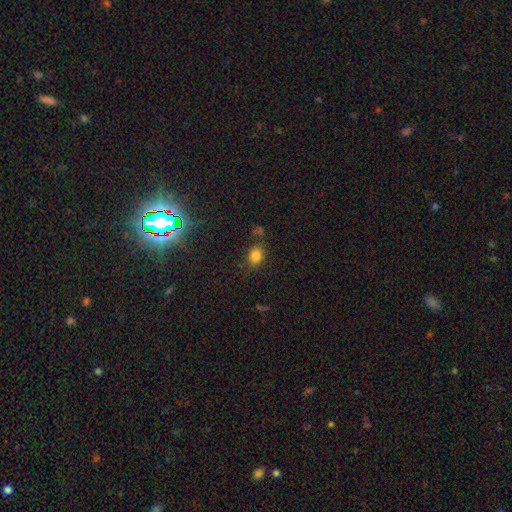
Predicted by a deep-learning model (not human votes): Smooth or featured: smooth — 80% (star or artifact — 15%)
How rounded: round — 61% (in between — 38%)
Merging: none — 73% (minor disturbance — 15%)